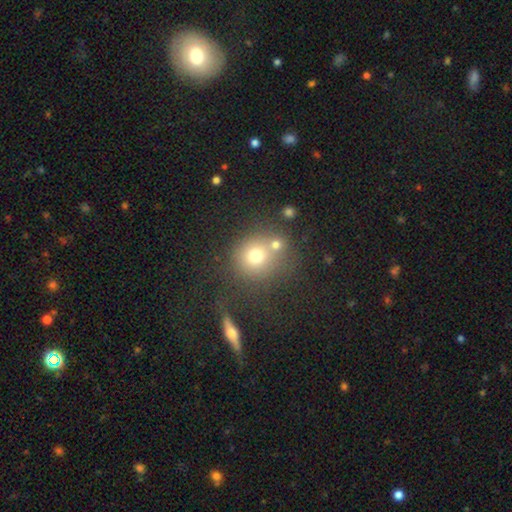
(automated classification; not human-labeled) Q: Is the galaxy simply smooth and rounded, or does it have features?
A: smooth — 71%.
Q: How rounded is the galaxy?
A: round — 87%.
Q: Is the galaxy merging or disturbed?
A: none — 58%.